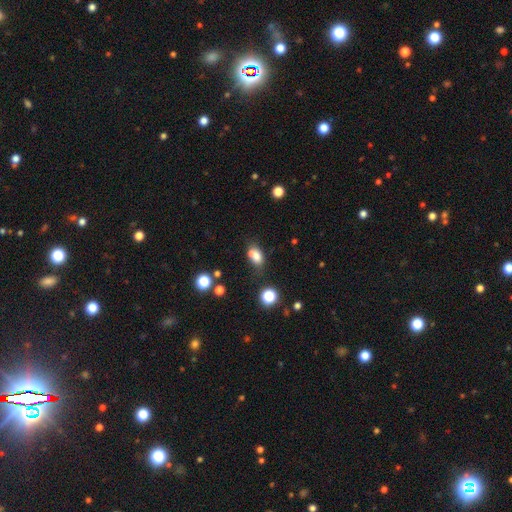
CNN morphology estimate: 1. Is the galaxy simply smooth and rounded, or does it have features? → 79% smooth, 12% star or artifact, 9% featured or disk.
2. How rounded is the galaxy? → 83% in between, 15% round, 2% cigar-shaped.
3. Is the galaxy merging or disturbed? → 52% none, 26% minor disturbance, 13% merger, 8% major disturbance.